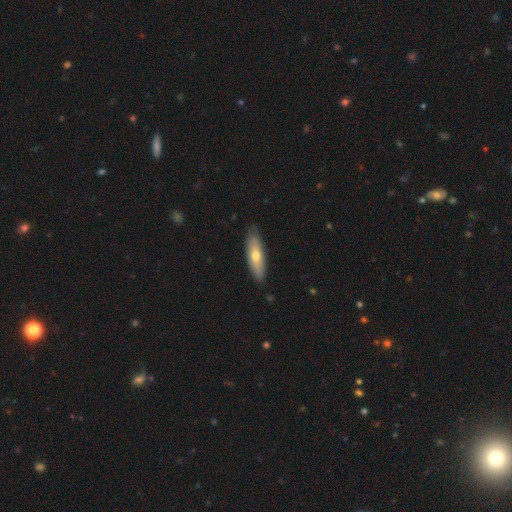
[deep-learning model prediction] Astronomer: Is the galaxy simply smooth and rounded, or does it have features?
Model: smooth — 63%.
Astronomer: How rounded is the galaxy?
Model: cigar-shaped — 55% (runner-up: in between, 43%).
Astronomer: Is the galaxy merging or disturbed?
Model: none — 87%.